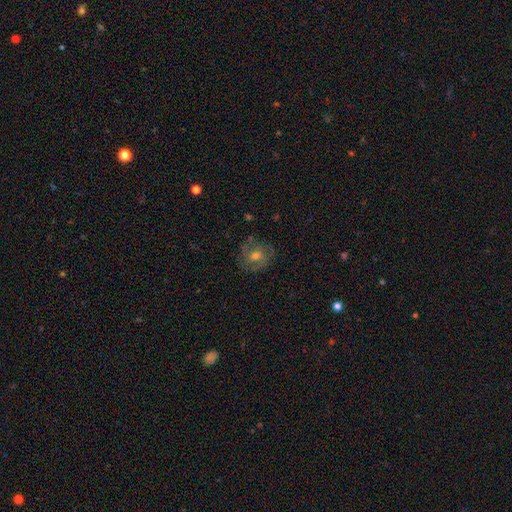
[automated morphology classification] This appears to be a featured or disk galaxy (57%) with no bar (66%), spiral arms (77%) and a moderate central bulge (66%). Merging: none (76%).